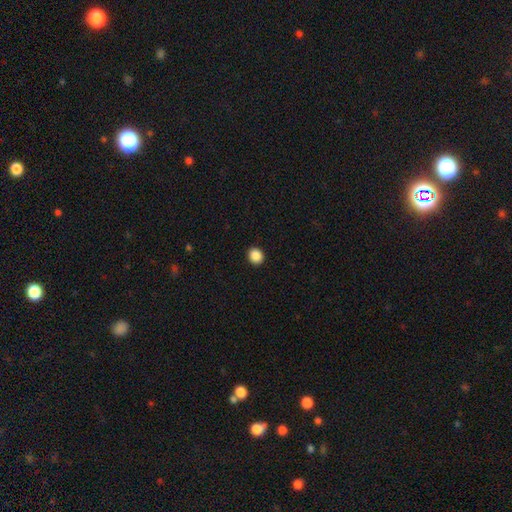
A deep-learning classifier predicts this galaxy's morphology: Overall: smooth (89%). How rounded: round (73%). Merging: none (93%).